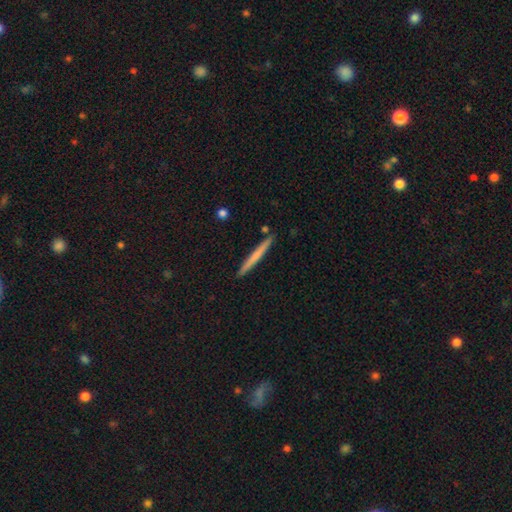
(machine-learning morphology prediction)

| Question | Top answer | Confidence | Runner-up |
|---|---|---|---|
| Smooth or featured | smooth | 61% | featured or disk (33%) |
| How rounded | cigar-shaped | 97% | in between (2%) |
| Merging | none | 91% | minor disturbance (6%) |